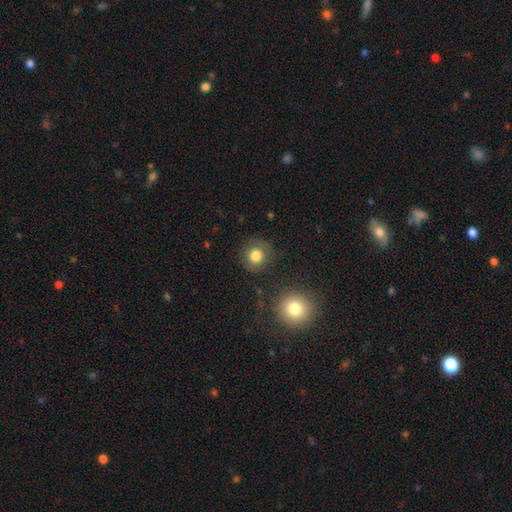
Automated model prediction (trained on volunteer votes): Smooth or featured? Predicted: smooth (p=0.78). How rounded? Predicted: round (p=0.87). Merging? Predicted: none (p=0.80).